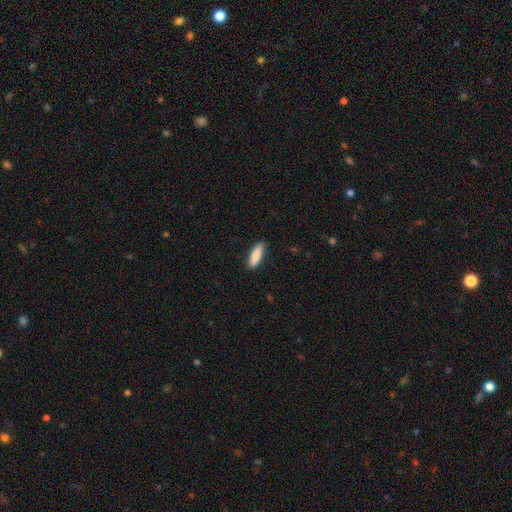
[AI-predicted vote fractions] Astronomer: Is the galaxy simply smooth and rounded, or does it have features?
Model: smooth — 87%.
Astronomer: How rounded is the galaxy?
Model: cigar-shaped — 51% (runner-up: in between, 48%).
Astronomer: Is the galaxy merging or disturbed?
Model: none — 87%.